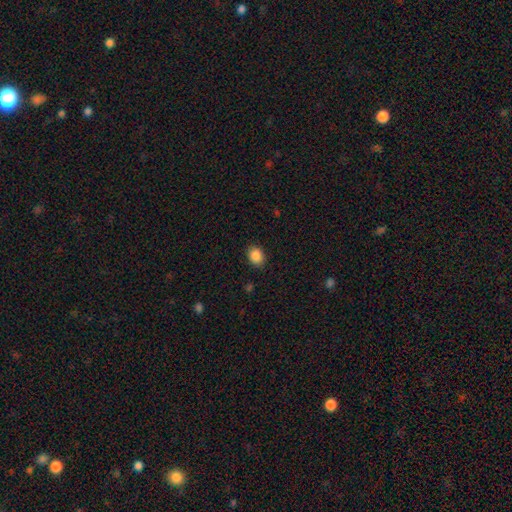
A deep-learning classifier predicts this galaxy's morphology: smooth_or_featured: smooth (p=0.87) [alt: star or artifact p=0.09]
how_rounded: in between (p=0.60) [alt: round p=0.40]
merging: none (p=0.88) [alt: minor disturbance p=0.09]